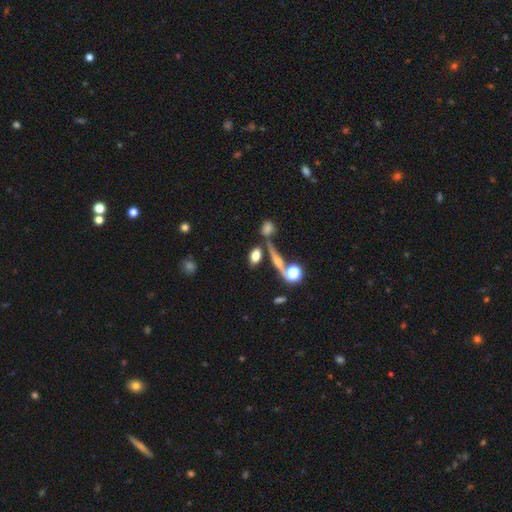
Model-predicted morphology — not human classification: Smooth or featured: smooth — 65% (featured or disk — 22%)
How rounded: in between — 62% (cigar-shaped — 27%)
Merging: none — 64% (merger — 19%)